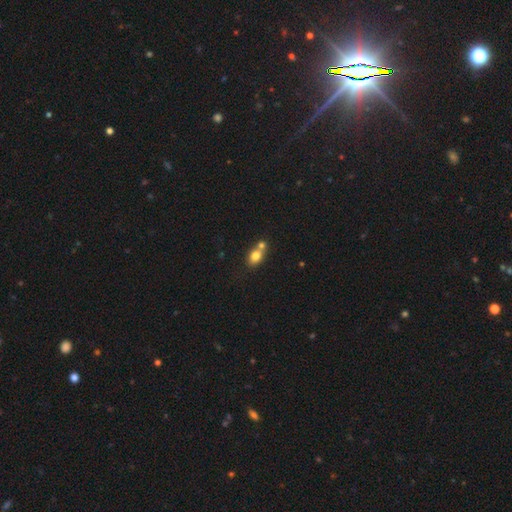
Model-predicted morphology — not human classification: This is likely a smooth galaxy (77%). How rounded: likely in between (67%). Merging: possibly merger (47%).